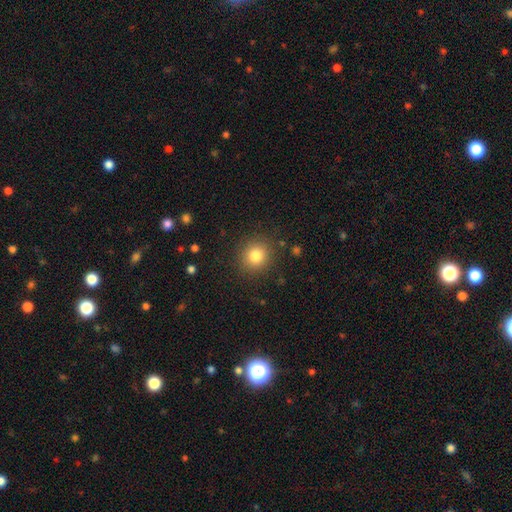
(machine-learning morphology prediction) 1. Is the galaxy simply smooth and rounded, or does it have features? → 81% smooth, 12% star or artifact, 7% featured or disk.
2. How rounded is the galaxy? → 87% round, 12% in between, 1% cigar-shaped.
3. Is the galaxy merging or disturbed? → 88% none, 8% minor disturbance, 3% major disturbance, 1% merger.